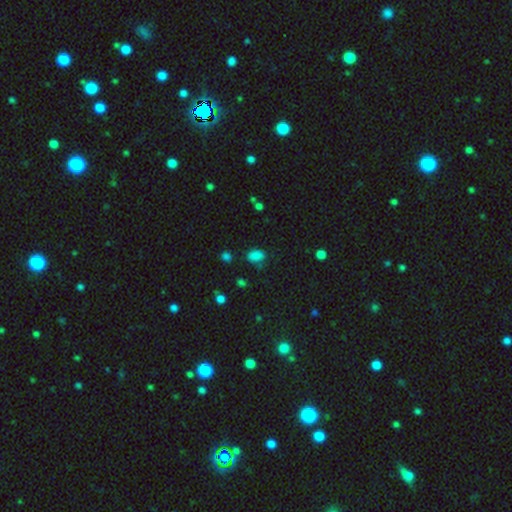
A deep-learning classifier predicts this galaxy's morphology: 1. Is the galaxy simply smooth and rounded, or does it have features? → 81% smooth, 15% star or artifact, 4% featured or disk.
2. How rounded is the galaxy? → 87% in between, 12% round, 2% cigar-shaped.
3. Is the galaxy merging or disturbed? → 71% none, 20% minor disturbance, 6% major disturbance, 3% merger.